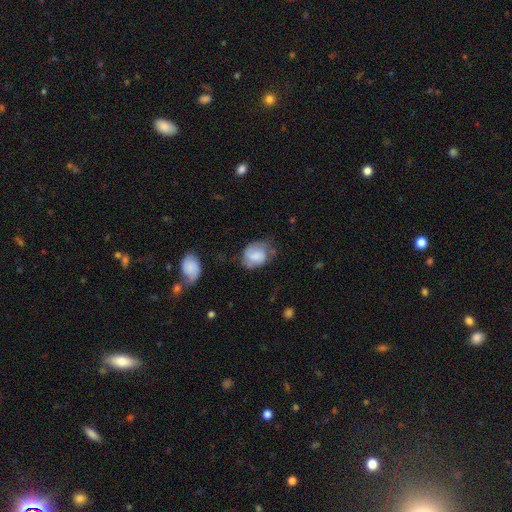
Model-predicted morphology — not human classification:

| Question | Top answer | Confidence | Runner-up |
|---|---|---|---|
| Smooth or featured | smooth | 62% | featured or disk (31%) |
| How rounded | in between | 52% | round (47%) |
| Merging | none | 44% | minor disturbance (34%) |